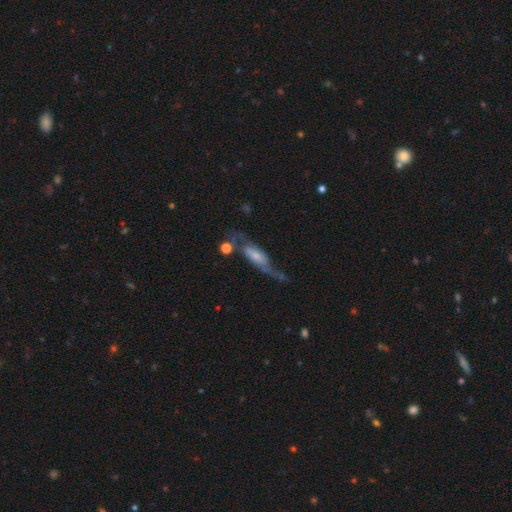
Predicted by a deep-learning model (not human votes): Smooth or featured?
  - featured or disk: 69% *
  - smooth: 24%
  - star or artifact: 7%
Edge-on disk?
  - no: 79% *
  - yes: 21%
Bar?
  - no: 44% *
  - weak: 35%
  - strong: 21%
Spiral arms?
  - yes: 86% *
  - no: 14%
Bulge size?
  - small: 39% *
  - moderate: 25%
  - none: 19%
  - large: 13%
  - dominant: 4%
Merging?
  - none: 43% *
  - major disturbance: 26%
  - minor disturbance: 21%
  - merger: 10%